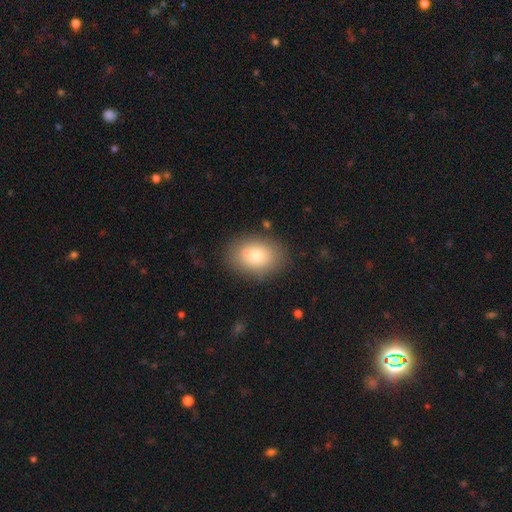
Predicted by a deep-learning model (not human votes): Smooth or featured? smooth (77%)
How rounded? in between (75%)
Merging? none (79%)